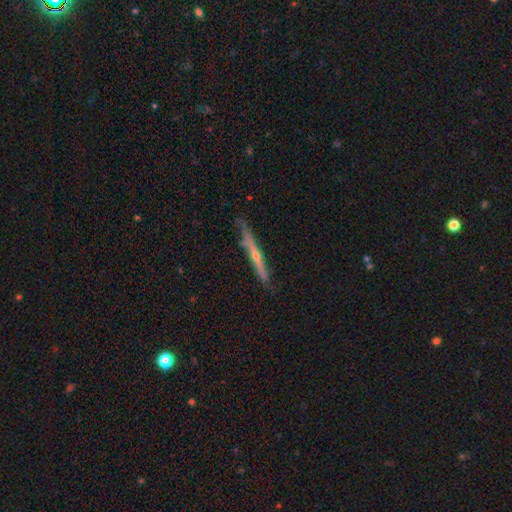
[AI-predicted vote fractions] Overall: featured or disk (73%). Edge-on disk: yes (95%). Edge-on bulge: rounded (77%). Merging: none (73%).